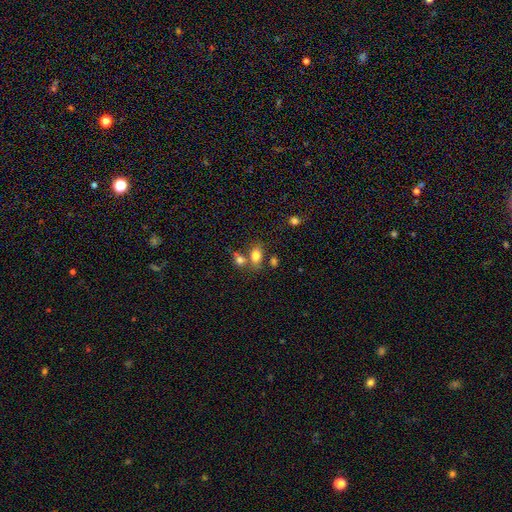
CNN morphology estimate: type=smooth (78%); roundness=in between (79%); merging=none (46%).